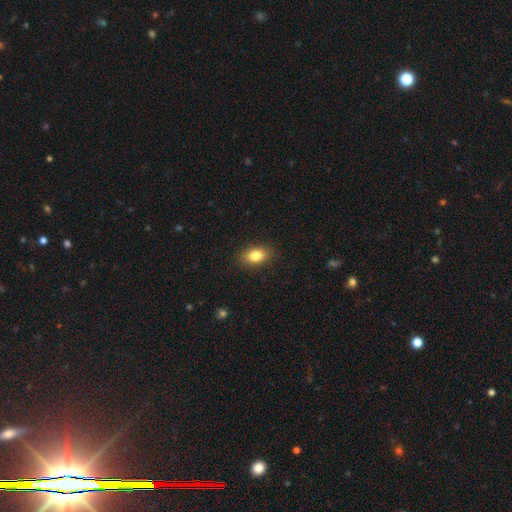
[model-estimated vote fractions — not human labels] Smooth or featured? smooth (83%)
How rounded? in between (81%)
Merging? none (88%)